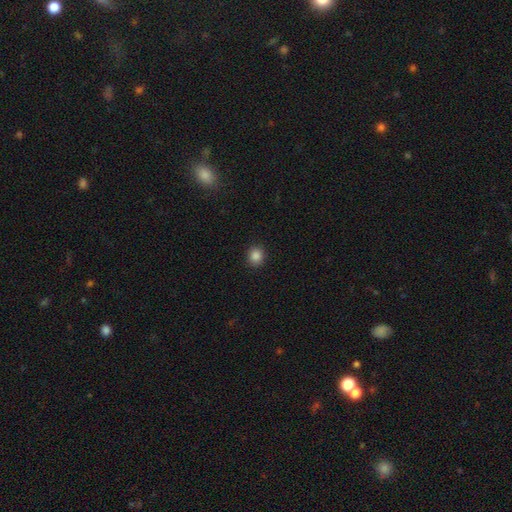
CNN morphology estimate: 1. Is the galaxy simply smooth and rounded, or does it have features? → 86% smooth, 11% star or artifact, 3% featured or disk.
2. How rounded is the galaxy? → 80% round, 19% in between, 1% cigar-shaped.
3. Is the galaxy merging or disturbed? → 91% none, 6% minor disturbance, 2% major disturbance, 1% merger.